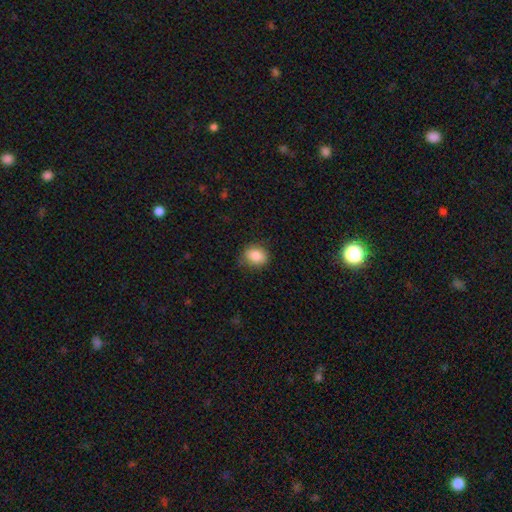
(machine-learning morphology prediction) type=smooth (86%); roundness=round (52%); merging=none (78%).